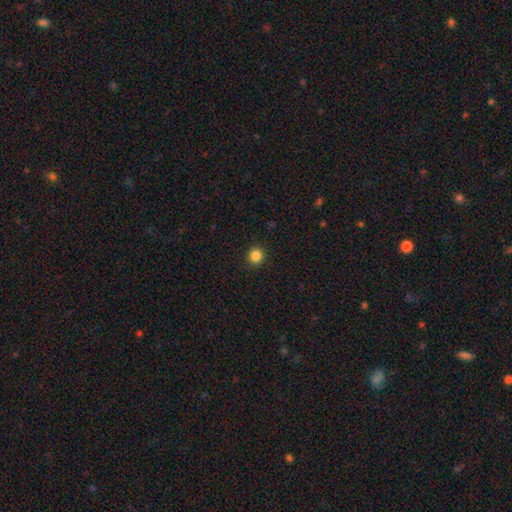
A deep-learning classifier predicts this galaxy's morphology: Smooth or featured: smooth — 85% (star or artifact — 11%)
How rounded: round — 91% (in between — 8%)
Merging: none — 92% (minor disturbance — 5%)